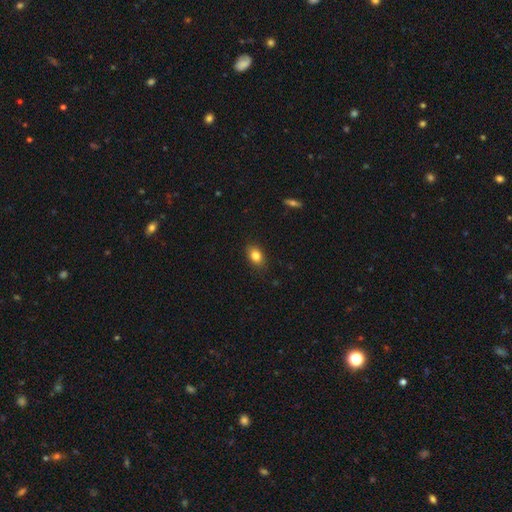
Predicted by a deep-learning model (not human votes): smooth 83%, star or artifact 9%, featured or disk 8%. Down the decision tree: how rounded — in between (75%); merging — none (85%).